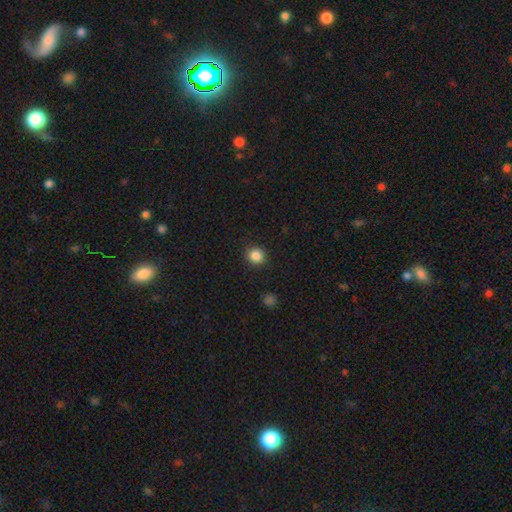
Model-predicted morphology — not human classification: This is clearly a smooth galaxy (86%). How rounded: clearly round (89%). Merging: clearly none (91%).